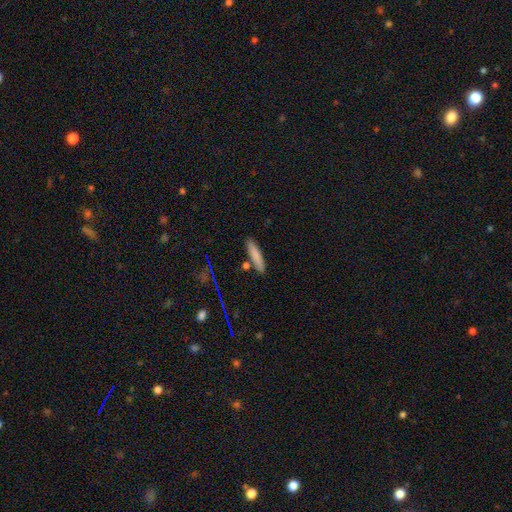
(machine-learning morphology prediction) A smooth galaxy with no disk features (82%) that is cigar-shaped (77%).

Vote fractions:
- Smooth or featured? smooth: 82% / featured or disk: 10% / star or artifact: 8%
- How rounded? cigar-shaped: 77% / in between: 21% / round: 2%
- Merging? none: 83% / minor disturbance: 10% / merger: 6% / major disturbance: 2%